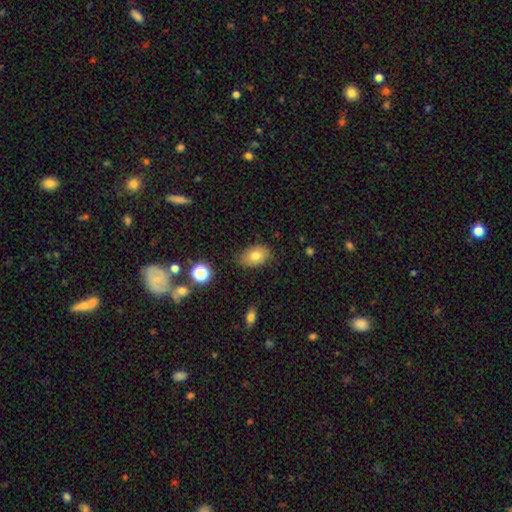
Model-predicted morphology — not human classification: This is likely a smooth galaxy (78%). How rounded: clearly in between (87%). Merging: likely none (76%).